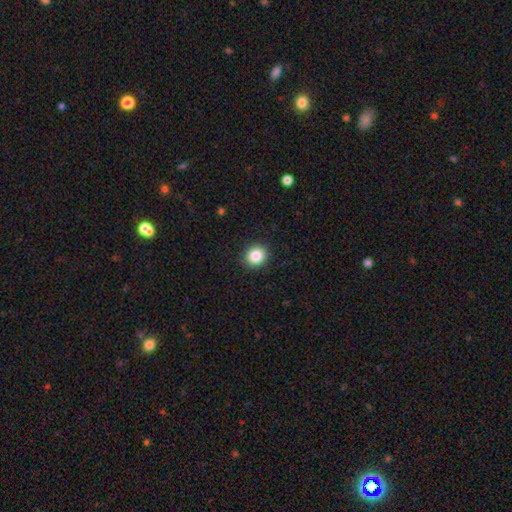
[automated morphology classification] A smooth galaxy with no disk features (86%) that is round (83%).

Vote fractions:
- Smooth or featured? smooth: 86% / star or artifact: 10% / featured or disk: 5%
- How rounded? round: 83% / in between: 17% / cigar-shaped: 1%
- Merging? none: 91% / minor disturbance: 6% / major disturbance: 2% / merger: 1%